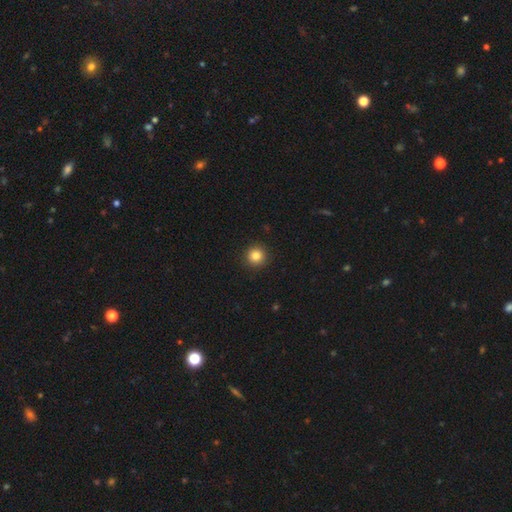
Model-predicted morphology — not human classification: Smooth or featured?
  - smooth: 84% *
  - star or artifact: 11%
  - featured or disk: 5%
How rounded?
  - round: 95% *
  - in between: 4%
  - cigar-shaped: 1%
Merging?
  - none: 92% *
  - minor disturbance: 5%
  - major disturbance: 2%
  - merger: 1%